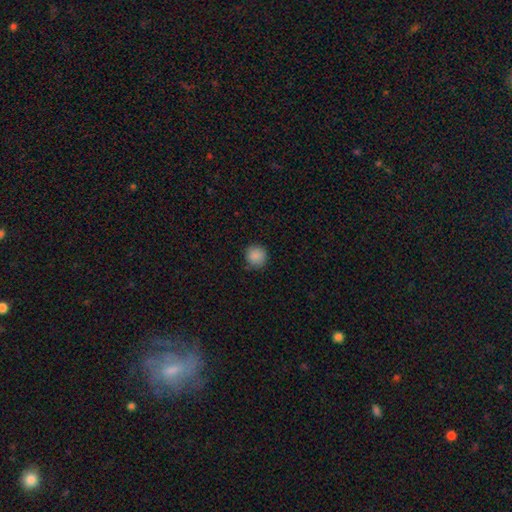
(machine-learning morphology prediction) Smooth or featured? smooth (88%)
How rounded? round (93%)
Merging? none (86%)